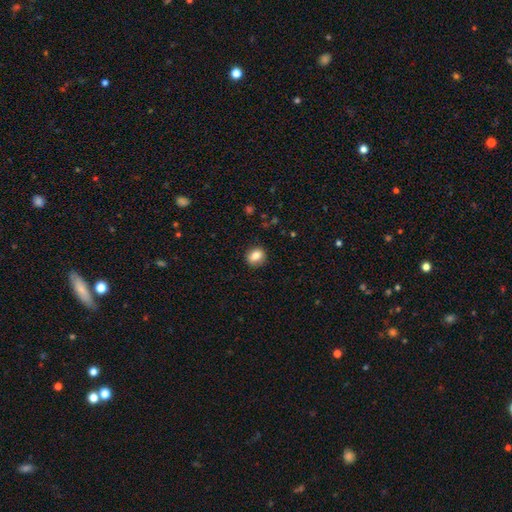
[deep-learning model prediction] Overall: smooth (83%). How rounded: round (70%). Merging: none (88%).